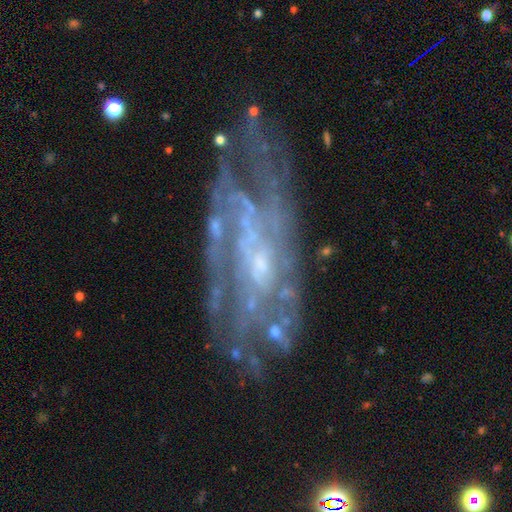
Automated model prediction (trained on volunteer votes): A featured or disk galaxy (86%) with no bar (50%), tight (53%) spiral arms (89%) and a small central bulge (69%). Merging: none (68%).